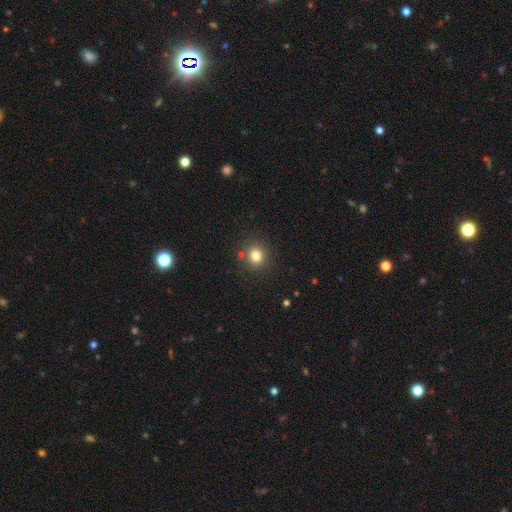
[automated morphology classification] A smooth galaxy with no disk features (79%) that is round (82%).

Vote fractions:
- Smooth or featured? smooth: 79% / star or artifact: 14% / featured or disk: 7%
- How rounded? round: 82% / in between: 17% / cigar-shaped: 1%
- Merging? none: 82% / minor disturbance: 9% / merger: 6% / major disturbance: 3%